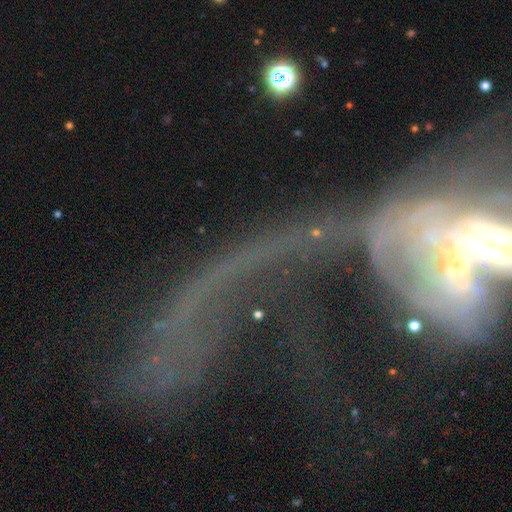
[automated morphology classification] This appears to be a featured or disk galaxy (52%). Merging: major disturbance (34%).